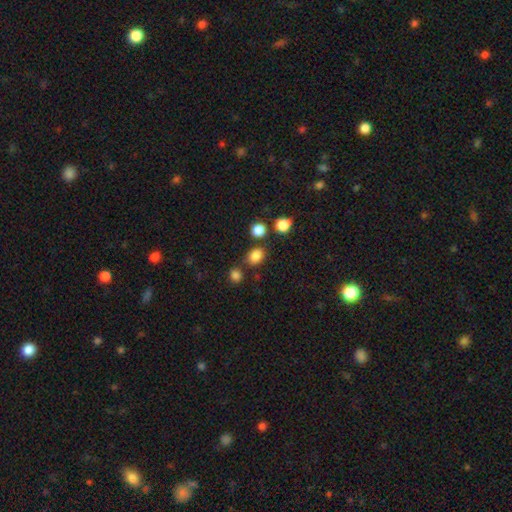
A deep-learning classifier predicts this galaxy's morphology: The model was most divided on "how rounded": in between: 56%, round: 43%, cigar-shaped: 1%. More confident: smooth or featured — smooth (83%); merging — none (74%).